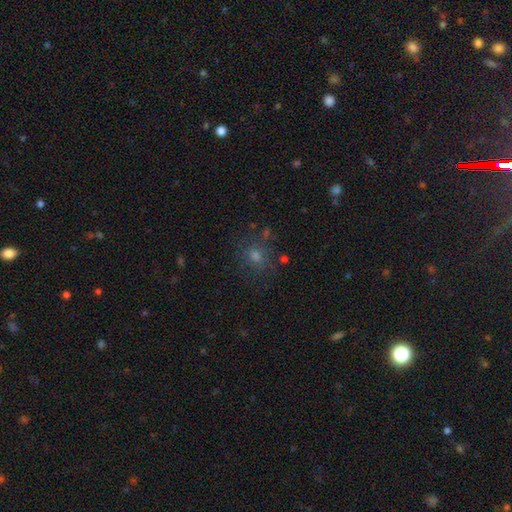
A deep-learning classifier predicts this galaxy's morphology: smooth 56%, star or artifact 30%, featured or disk 13%. Down the decision tree: how rounded — round (78%); merging — none (77%).